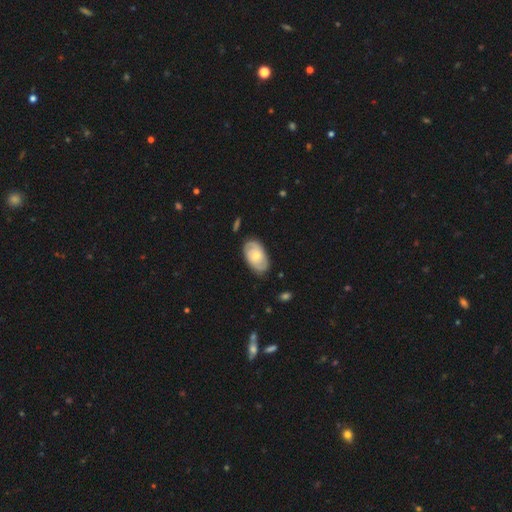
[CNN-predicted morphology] This appears to be a featured or disk galaxy (62%) with no bar (71%), spiral arms (83%) and a moderate central bulge (52%). Merging: none (79%).